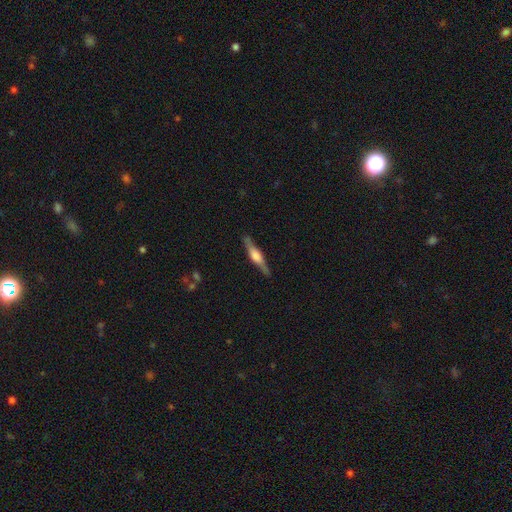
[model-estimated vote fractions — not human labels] Smooth or featured? Predicted: featured or disk (p=0.66). Edge-on disk? Predicted: yes (p=0.96). Edge-on bulge? Predicted: rounded (p=0.73). Merging? Predicted: none (p=0.86).